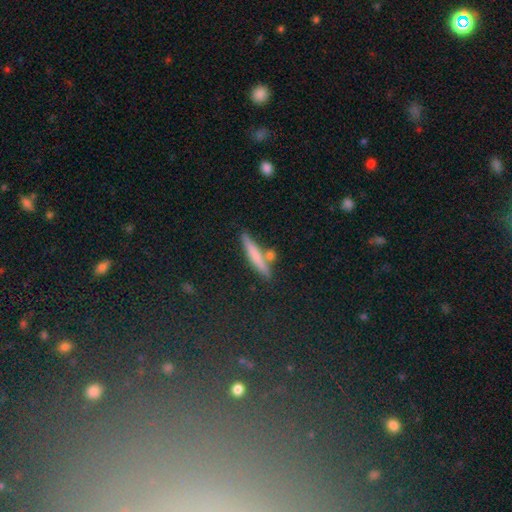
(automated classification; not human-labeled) smooth_or_featured: smooth (p=0.64) [alt: featured or disk p=0.27]
how_rounded: cigar-shaped (p=0.91) [alt: in between p=0.07]
merging: none (p=0.74) [alt: merger p=0.13]